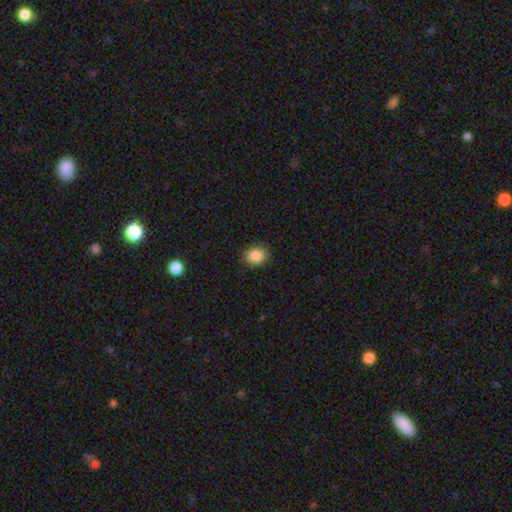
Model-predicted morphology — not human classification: Smooth or featured? smooth (87%)
How rounded? round (65%)
Merging? none (88%)